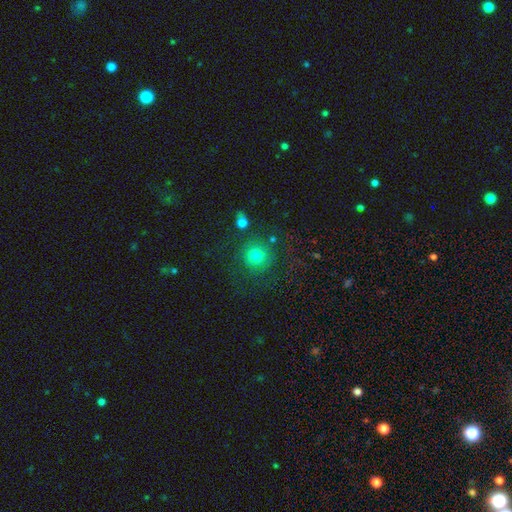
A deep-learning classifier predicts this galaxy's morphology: type=smooth (75%); roundness=round (93%); merging=none (75%).